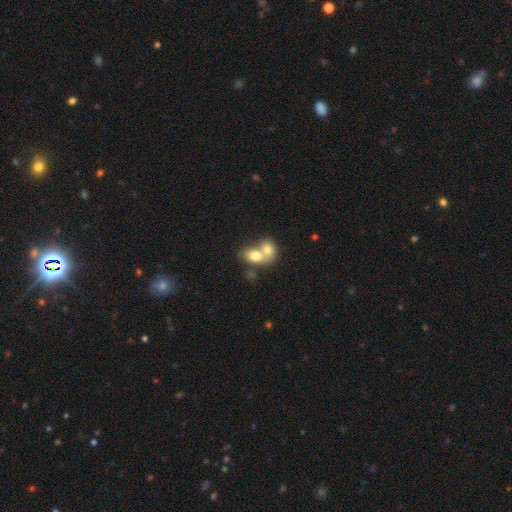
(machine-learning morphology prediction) Smooth or featured?
  - smooth: 73% *
  - featured or disk: 19%
  - star or artifact: 8%
How rounded?
  - in between: 69% *
  - round: 30%
  - cigar-shaped: 1%
Merging?
  - merger: 76% *
  - none: 16%
  - minor disturbance: 5%
  - major disturbance: 3%